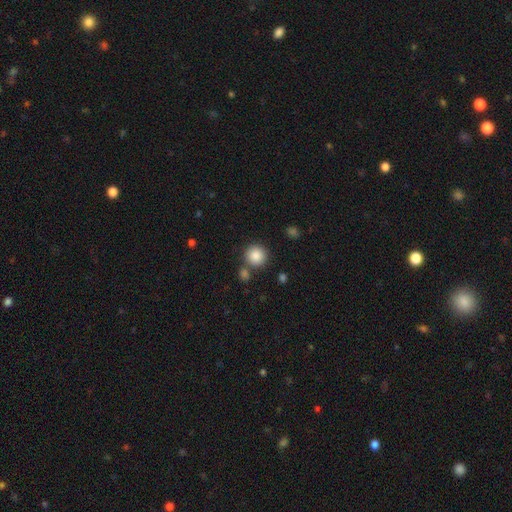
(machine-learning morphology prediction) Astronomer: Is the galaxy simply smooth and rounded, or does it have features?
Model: smooth — 87%.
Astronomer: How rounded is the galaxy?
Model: round — 92%.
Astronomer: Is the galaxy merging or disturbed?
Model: none — 76%.